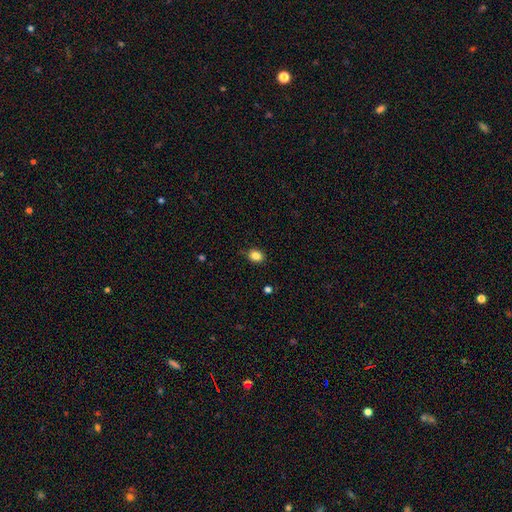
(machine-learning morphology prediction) Overall: smooth (85%). How rounded: round (55%; in between 44%). Merging: none (85%).